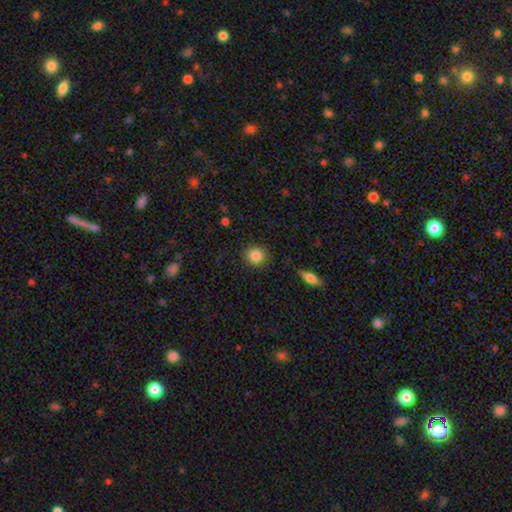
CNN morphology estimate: smooth 85%, star or artifact 9%, featured or disk 6%. Down the decision tree: how rounded — round (87%); merging — none (89%).